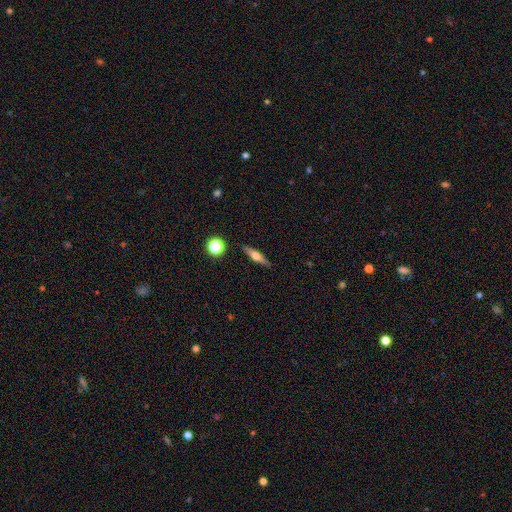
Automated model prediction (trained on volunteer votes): This appears to be a featured or disk galaxy (53%) viewed edge-on (94%) with a rounded central bulge (90%). Merging: none (88%).